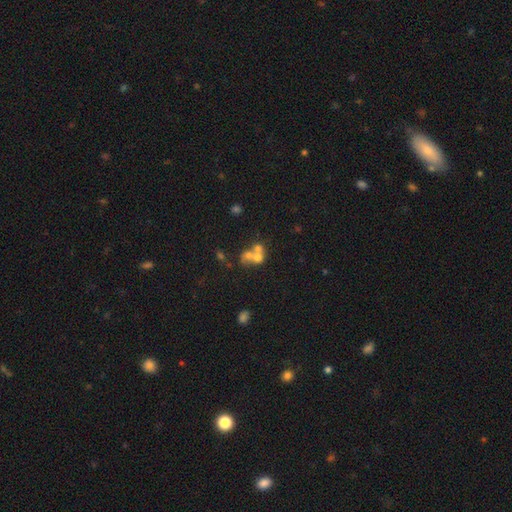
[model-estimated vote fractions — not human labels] A smooth galaxy with no disk features (55%) that is round (69%). Merging: merger (64%).